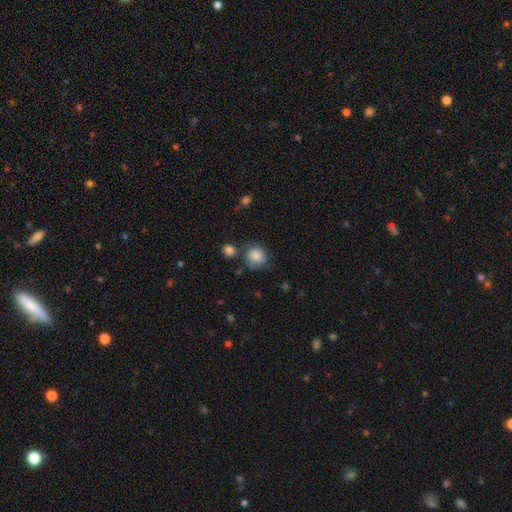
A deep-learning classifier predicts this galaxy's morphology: smooth_or_featured: smooth (p=0.81) [alt: featured or disk p=0.10]
how_rounded: round (p=0.78) [alt: in between p=0.21]
merging: none (p=0.56) [alt: minor disturbance p=0.24]